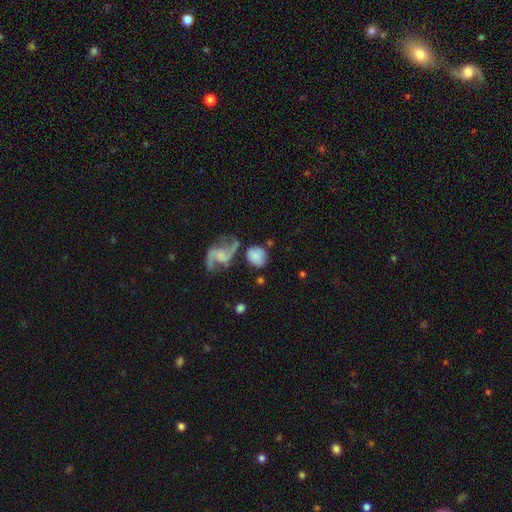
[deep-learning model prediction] Smooth or featured? Predicted: smooth (p=0.61). How rounded? Predicted: round (p=0.64). Merging? Predicted: none (p=0.53).